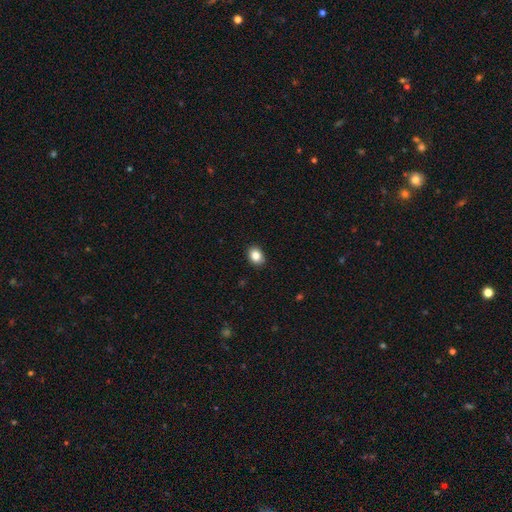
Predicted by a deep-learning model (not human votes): Smooth or featured: smooth — 85% (star or artifact — 10%)
How rounded: in between — 51% (round — 48%)
Merging: none — 89% (minor disturbance — 8%)